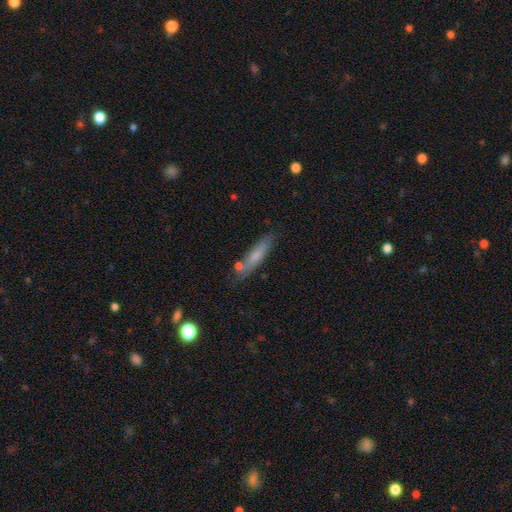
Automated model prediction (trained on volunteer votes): Morphology: type=smooth (64%); roundness=cigar-shaped (84%); merging=none (75%).